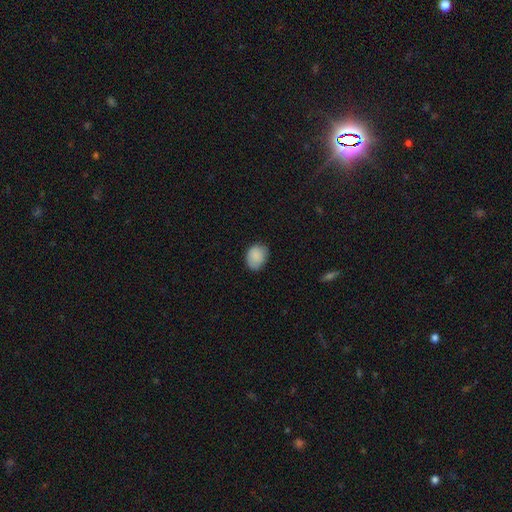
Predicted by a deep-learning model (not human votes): smooth 88%, star or artifact 7%, featured or disk 5%. Down the decision tree: how rounded — in between (54%); merging — none (76%).